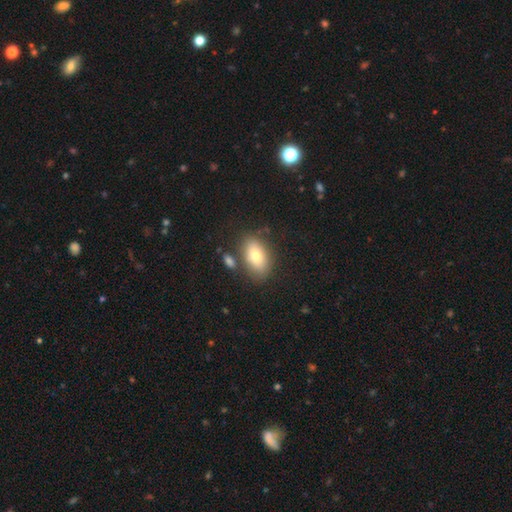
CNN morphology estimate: This is likely a smooth galaxy (75%). How rounded: clearly in between (90%). Merging: likely none (75%).